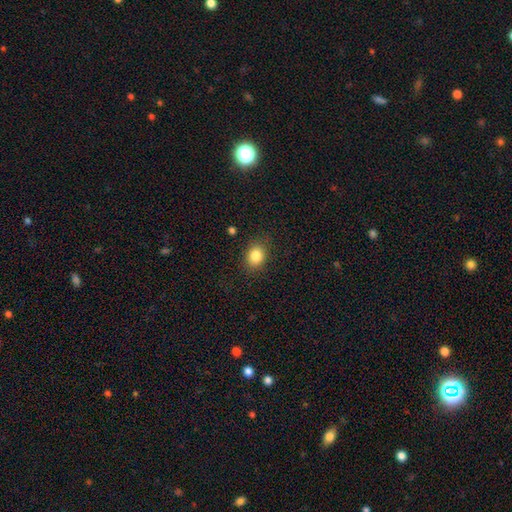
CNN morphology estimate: The model was most divided on "how rounded": in between: 53%, round: 46%, cigar-shaped: 1%. More confident: merging — none (84%); smooth or featured — smooth (84%).